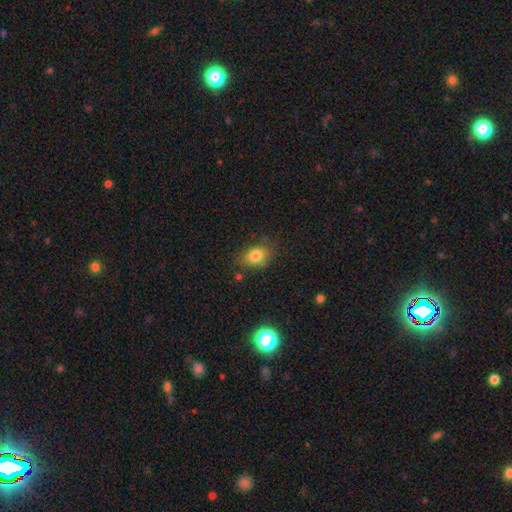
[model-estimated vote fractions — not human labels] The model was most divided on "how rounded": in between: 71%, round: 27%, cigar-shaped: 2%. More confident: smooth or featured — smooth (81%); merging — none (72%).